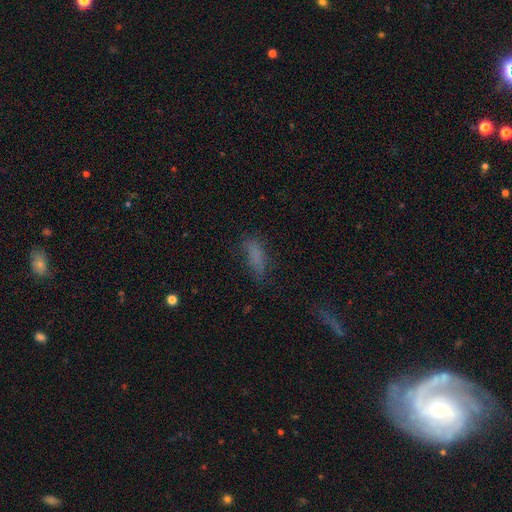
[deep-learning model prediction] This is likely a smooth galaxy (73%). How rounded: possibly in between (60%). Merging: possibly none (55%).